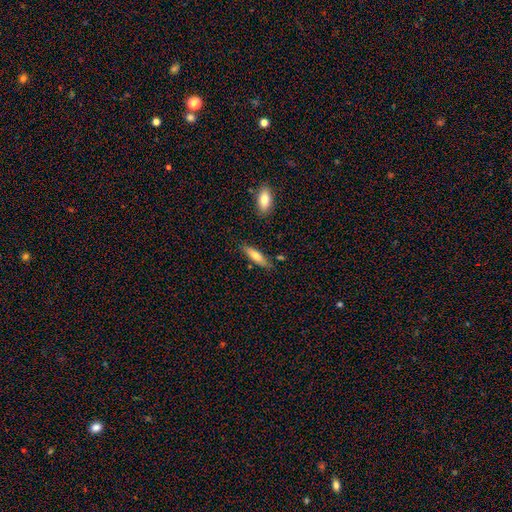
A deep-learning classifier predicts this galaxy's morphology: smooth_or_featured: smooth (p=0.72) [alt: featured or disk p=0.22]
how_rounded: cigar-shaped (p=0.64) [alt: in between p=0.35]
merging: none (p=0.78) [alt: minor disturbance p=0.15]